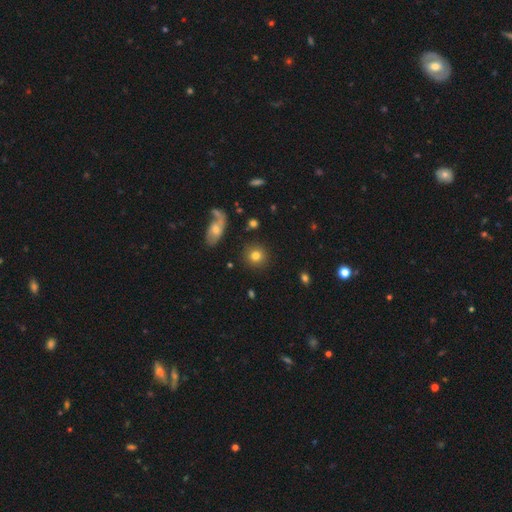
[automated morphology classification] A smooth galaxy with no disk features (79%) that is round (90%). Merging: none (87%).